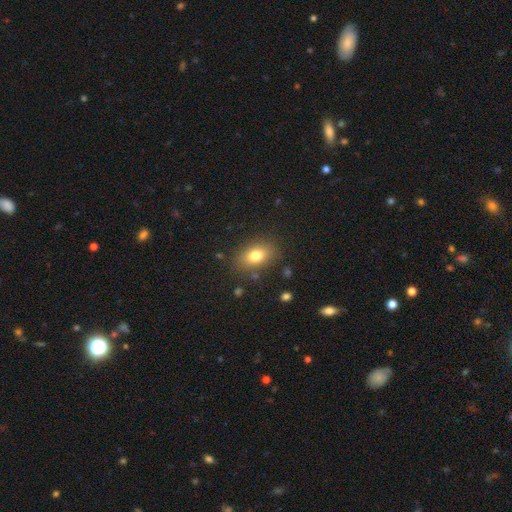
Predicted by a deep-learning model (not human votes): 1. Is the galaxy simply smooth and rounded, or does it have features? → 78% smooth, 12% featured or disk, 10% star or artifact.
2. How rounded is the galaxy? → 80% in between, 18% round, 2% cigar-shaped.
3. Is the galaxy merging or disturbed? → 83% none, 11% minor disturbance, 4% major disturbance, 2% merger.